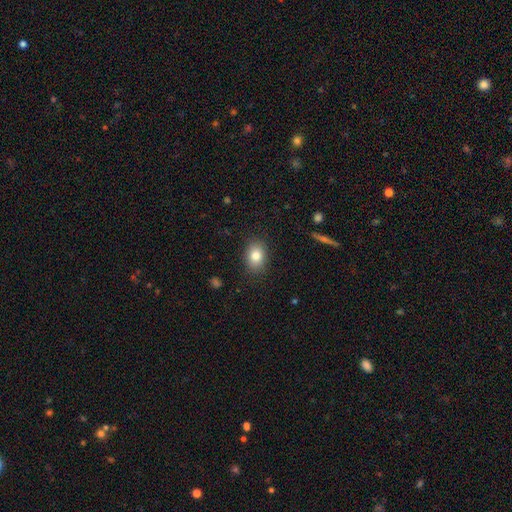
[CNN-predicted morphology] Q: Smooth or featured?
A: smooth (82%); runner-up: featured or disk (9%)
Q: How rounded?
A: in between (72%); runner-up: round (27%)
Q: Merging?
A: none (87%); runner-up: minor disturbance (10%)